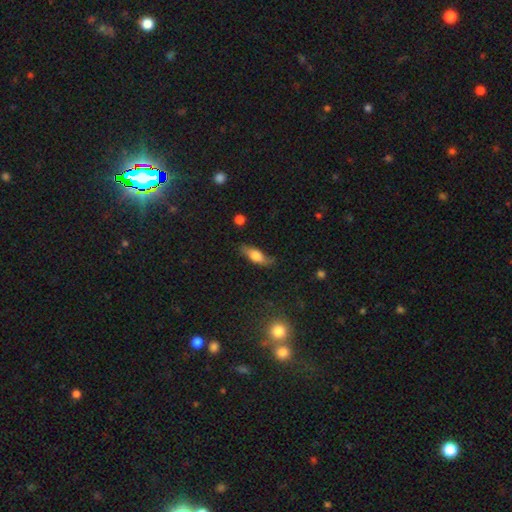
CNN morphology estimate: A smooth galaxy with no disk features (65%) that is in between round and cigar-shaped (61%). Merging: none (74%).